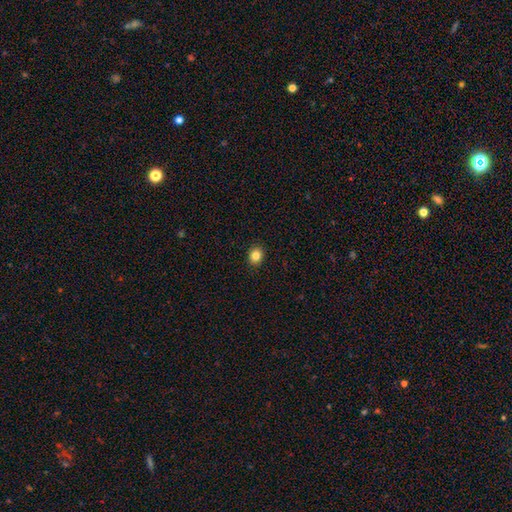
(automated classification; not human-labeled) The model was most divided on "how rounded": round: 60%, in between: 39%, cigar-shaped: 1%. More confident: merging — none (91%); smooth or featured — smooth (84%).